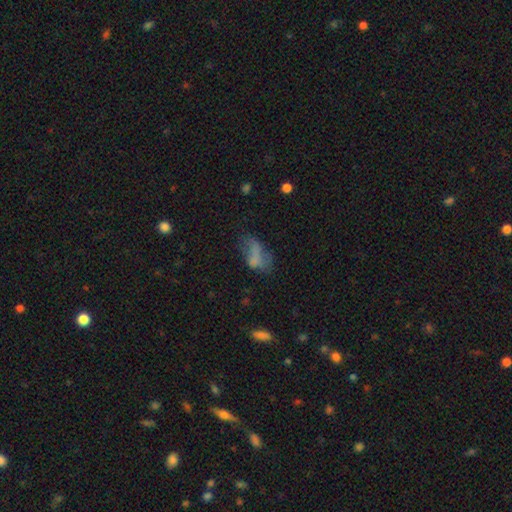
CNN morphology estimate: Smooth or featured?
  - smooth: 57% *
  - featured or disk: 28%
  - star or artifact: 15%
How rounded?
  - in between: 85% *
  - cigar-shaped: 8%
  - round: 7%
Merging?
  - major disturbance: 35% *
  - none: 31%
  - minor disturbance: 25%
  - merger: 9%